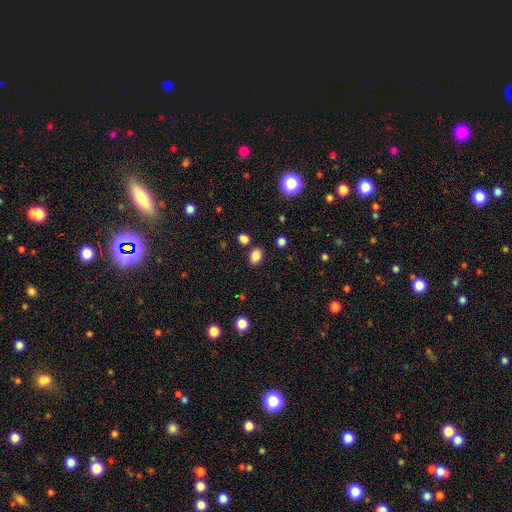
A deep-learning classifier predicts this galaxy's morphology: A smooth galaxy with no disk features (85%) that is in between round and cigar-shaped (72%). Merging: none (81%).